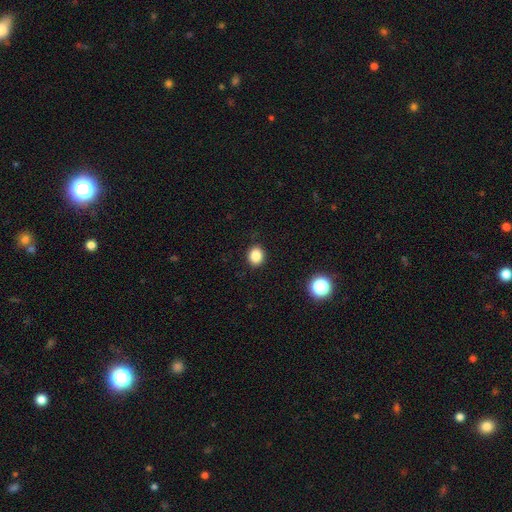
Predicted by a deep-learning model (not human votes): This is clearly a smooth galaxy (85%). How rounded: likely round (66%). Merging: clearly none (89%).